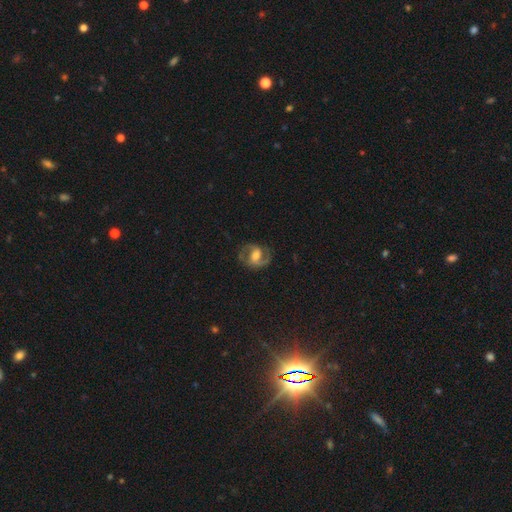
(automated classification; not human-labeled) Morphology: type=featured or disk (83%); edge-on=no (97%); bar=weak (47%); spiral arms=yes (94%); winding=medium (58%); arm count=2 (91%); bulge=moderate (61%); merging=none (78%).